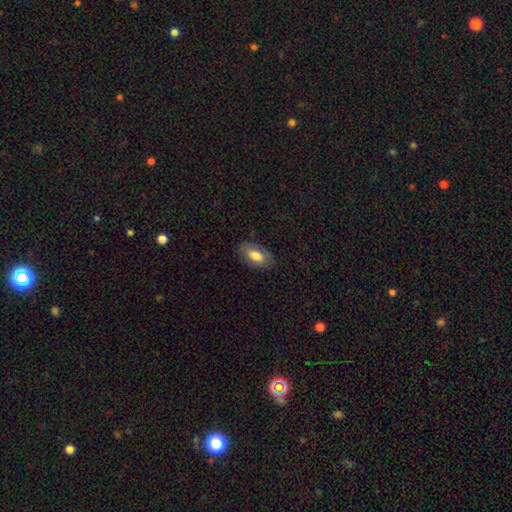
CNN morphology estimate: smooth_or_featured: smooth (p=0.74) [alt: featured or disk p=0.20]
how_rounded: in between (p=0.93) [alt: cigar-shaped p=0.04]
merging: none (p=0.82) [alt: minor disturbance p=0.13]